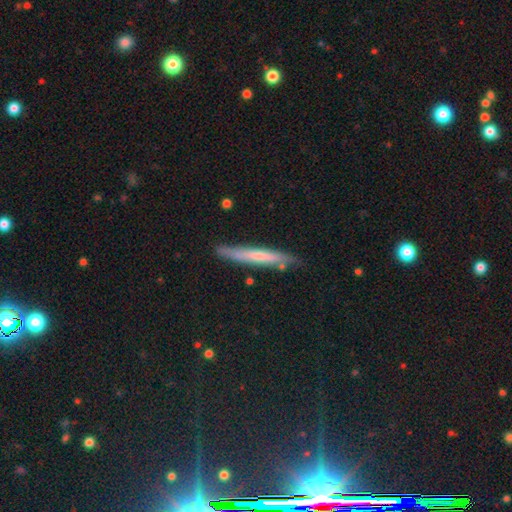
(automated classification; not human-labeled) Morphology: type=smooth (50%); roundness=cigar-shaped (95%); merging=none (79%).